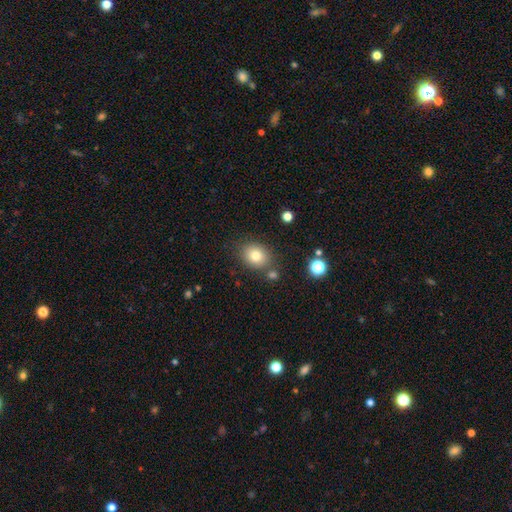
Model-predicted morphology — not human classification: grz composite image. It shows a smooth galaxy with no disk features (81%) that is round (54%). Merging: none (78%).